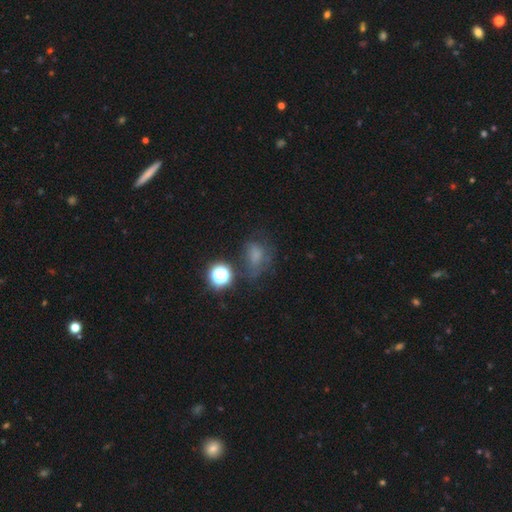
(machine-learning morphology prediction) smooth 55%, star or artifact 24%, featured or disk 21%. Down the decision tree: how rounded — in between (56%); merging — none (42%).